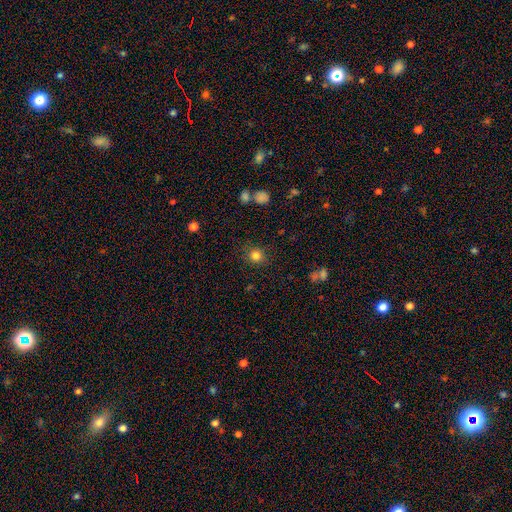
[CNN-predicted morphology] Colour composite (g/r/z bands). It shows a smooth galaxy with no disk features (82%) that is round (83%). Merging: none (86%).